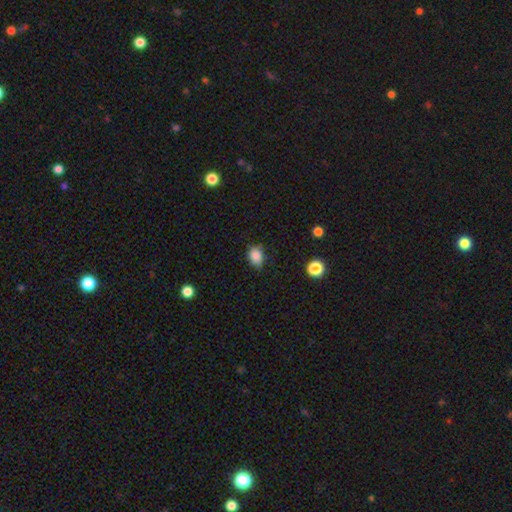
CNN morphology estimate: A smooth galaxy with no disk features (86%) that is in between round and cigar-shaped (67%). Merging: none (67%).